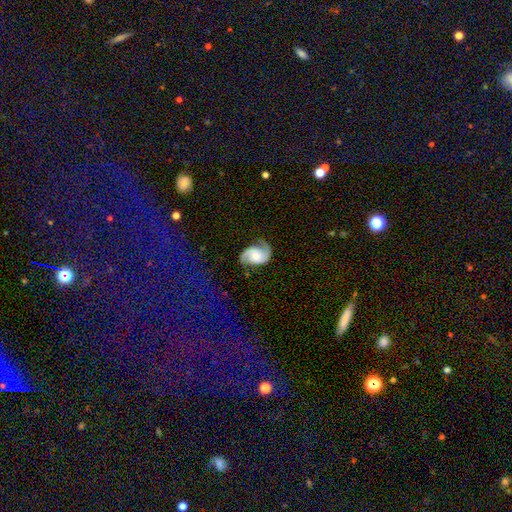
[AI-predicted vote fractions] Smooth or featured?
  - featured or disk: 82% *
  - smooth: 12%
  - star or artifact: 6%
Edge-on disk?
  - no: 98% *
  - yes: 2%
Bar?
  - no: 64% *
  - weak: 28%
  - strong: 7%
Spiral arms?
  - yes: 97% *
  - no: 3%
Spiral winding?
  - medium: 46% *
  - loose: 32%
  - tight: 22%
Spiral arm count?
  - 2: 90% *
  - 1: 4%
  - can't tell: 3%
  - 3: 1%
  - 4: 1%
  - more than 4: 1%
Bulge size?
  - moderate: 42% *
  - small: 33%
  - large: 13%
  - none: 8%
  - dominant: 3%
Merging?
  - none: 68% *
  - minor disturbance: 21%
  - major disturbance: 10%
  - merger: 2%